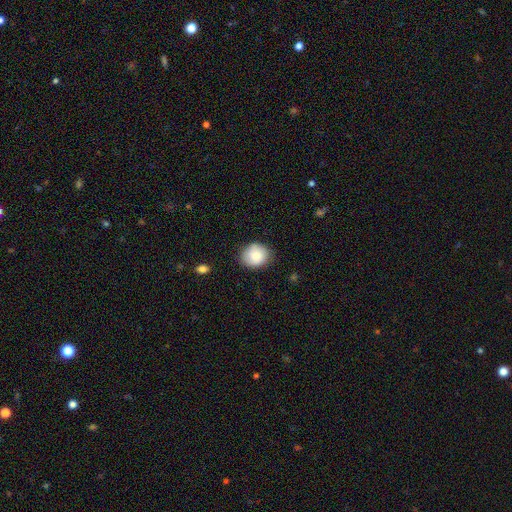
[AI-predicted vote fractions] Q: Smooth or featured?
A: smooth (84%); runner-up: featured or disk (9%)
Q: How rounded?
A: round (65%); runner-up: in between (34%)
Q: Merging?
A: none (80%); runner-up: minor disturbance (16%)